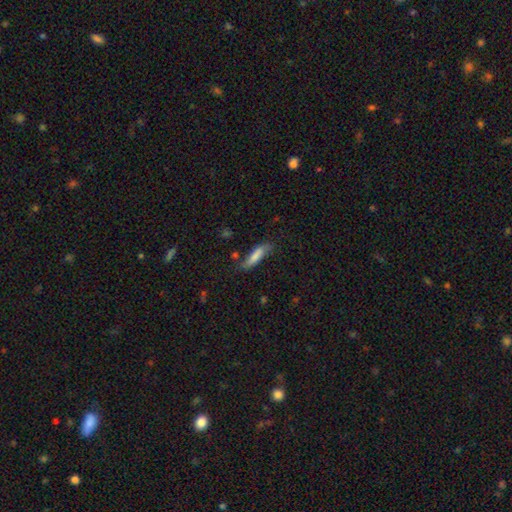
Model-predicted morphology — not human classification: A smooth galaxy with no disk features (77%) that is cigar-shaped (68%).

Vote fractions:
- Smooth or featured? smooth: 77% / featured or disk: 17% / star or artifact: 6%
- How rounded? cigar-shaped: 68% / in between: 30% / round: 2%
- Merging? none: 68% / minor disturbance: 24% / major disturbance: 6% / merger: 3%